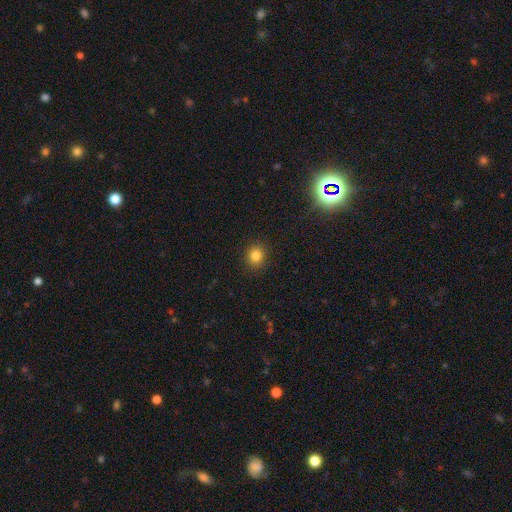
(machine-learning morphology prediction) This is clearly a smooth galaxy (83%). How rounded: likely round (80%). Merging: clearly none (90%).